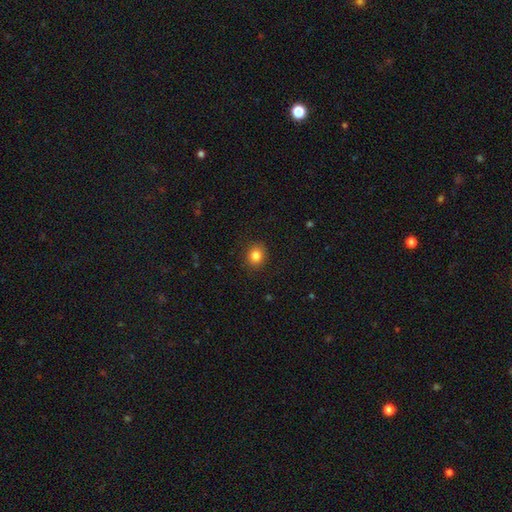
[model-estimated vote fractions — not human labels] Overall: smooth (83%). How rounded: round (74%). Merging: none (90%).